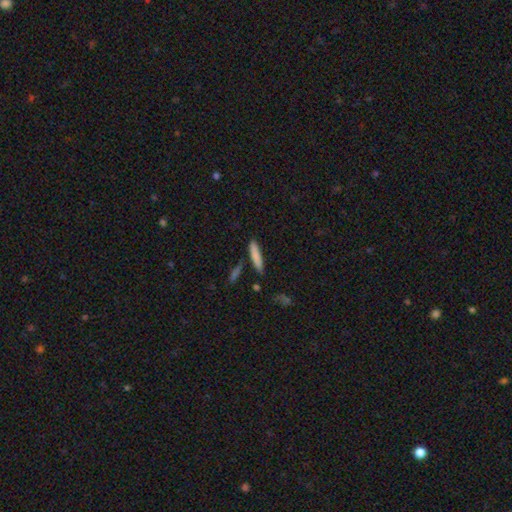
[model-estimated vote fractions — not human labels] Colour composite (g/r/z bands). It shows a smooth galaxy with no disk features (80%) that is cigar-shaped (86%). Merging: none (80%).